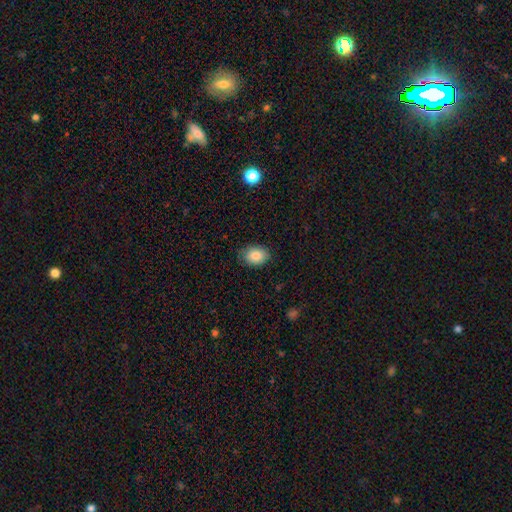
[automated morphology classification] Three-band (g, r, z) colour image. It shows a smooth galaxy with no disk features (85%) that is in between round and cigar-shaped (73%). Merging: none (79%).